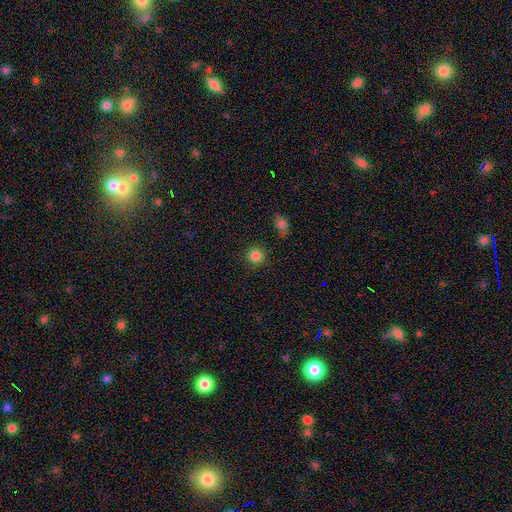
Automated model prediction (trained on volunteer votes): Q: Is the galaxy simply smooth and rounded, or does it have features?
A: smooth — 84%.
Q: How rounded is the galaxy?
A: round — 93%.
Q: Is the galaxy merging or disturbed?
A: none — 89%.